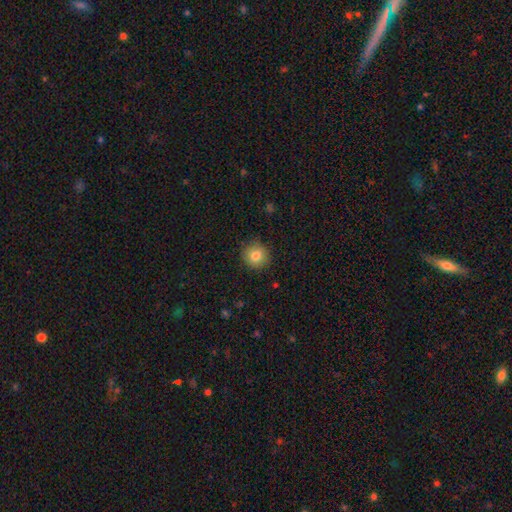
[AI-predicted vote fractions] smooth 82%, star or artifact 10%, featured or disk 8%. Down the decision tree: how rounded — round (92%); merging — none (90%).